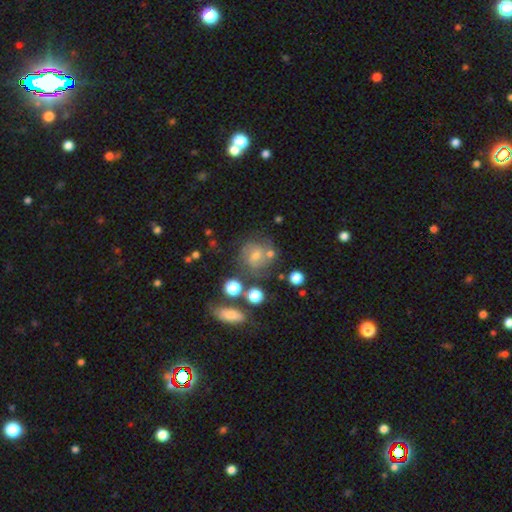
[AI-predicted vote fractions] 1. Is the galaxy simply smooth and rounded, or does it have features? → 44% smooth, 40% featured or disk, 17% star or artifact.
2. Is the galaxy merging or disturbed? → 60% none, 18% minor disturbance, 12% merger, 10% major disturbance.